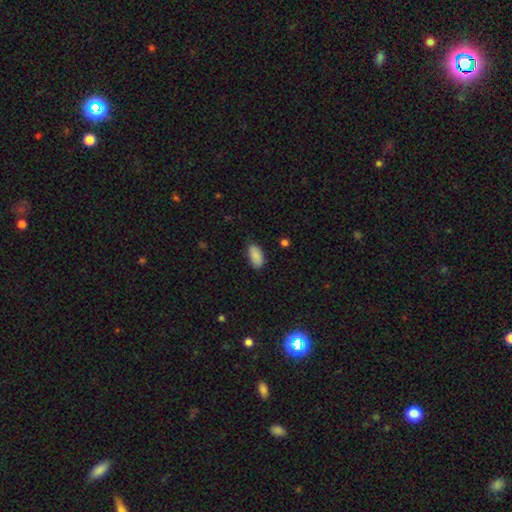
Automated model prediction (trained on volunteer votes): A smooth galaxy with no disk features (89%) that is in between round and cigar-shaped (93%). Merging: none (83%).